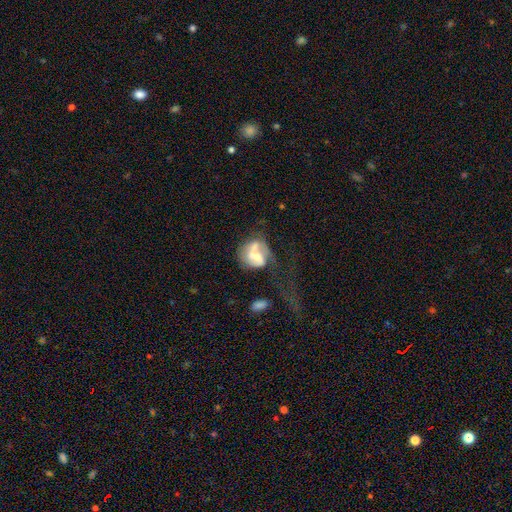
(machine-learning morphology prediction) featured or disk 62%, smooth 30%, star or artifact 8%. Down the decision tree: edge-on disk — no (97%); bar — no (49%); spiral arms — yes (63%); bulge size — moderate (53%); merging — major disturbance (34%).